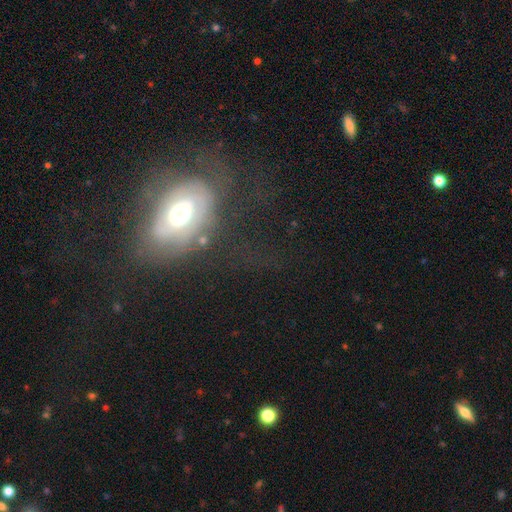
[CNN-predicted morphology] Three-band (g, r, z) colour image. It shows a featured or disk galaxy (50%). Merging: none (46%).